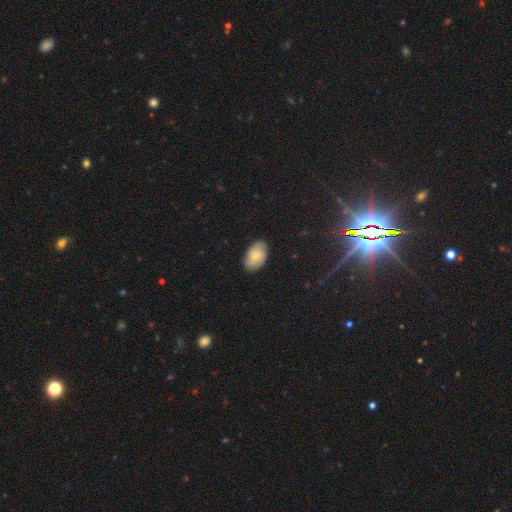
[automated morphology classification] A smooth galaxy with no disk features (68%) that is in between round and cigar-shaped (92%).

Vote fractions:
- Smooth or featured? smooth: 68% / featured or disk: 24% / star or artifact: 7%
- How rounded? in between: 92% / round: 7% / cigar-shaped: 1%
- Merging? none: 81% / minor disturbance: 15% / major disturbance: 3% / merger: 1%